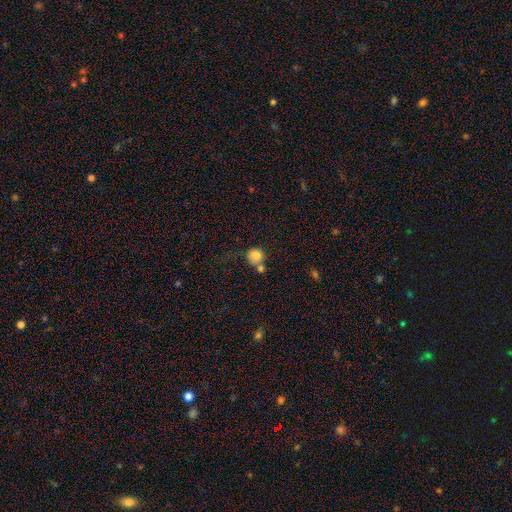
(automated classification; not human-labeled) smooth 81%, star or artifact 10%, featured or disk 9%. Down the decision tree: how rounded — round (88%); merging — none (51%).